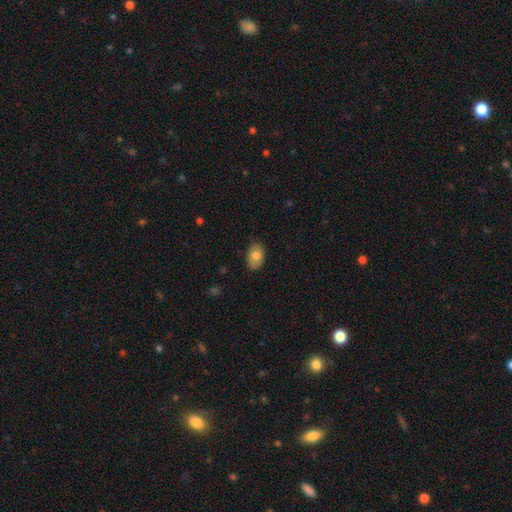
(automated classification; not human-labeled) Q: Smooth or featured?
A: smooth (76%); runner-up: featured or disk (17%)
Q: How rounded?
A: in between (90%); runner-up: round (9%)
Q: Merging?
A: none (83%); runner-up: minor disturbance (14%)